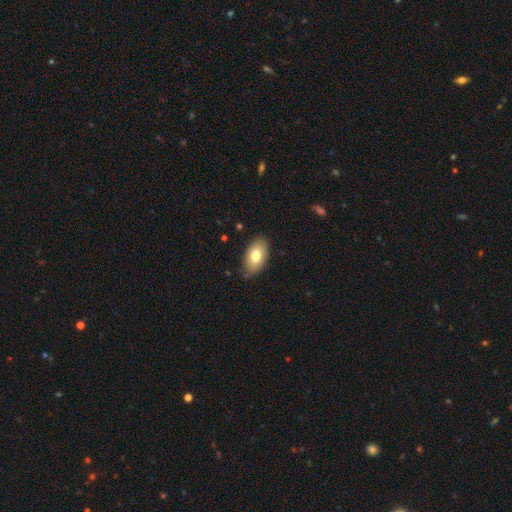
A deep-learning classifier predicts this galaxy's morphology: This appears to be a smooth galaxy with no disk features (77%) that is in between round and cigar-shaped (93%). Merging: none (79%).